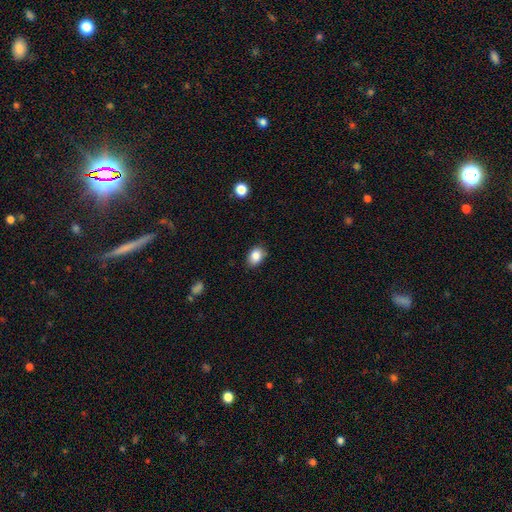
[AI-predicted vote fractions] Morphology: type=smooth (86%); roundness=in between (70%); merging=none (81%).